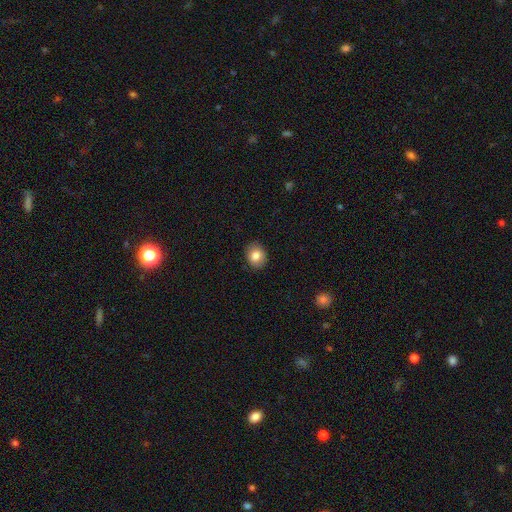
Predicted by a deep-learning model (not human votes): Smooth or featured? Predicted: smooth (p=0.82). How rounded? Predicted: round (p=0.56). Merging? Predicted: none (p=0.88).